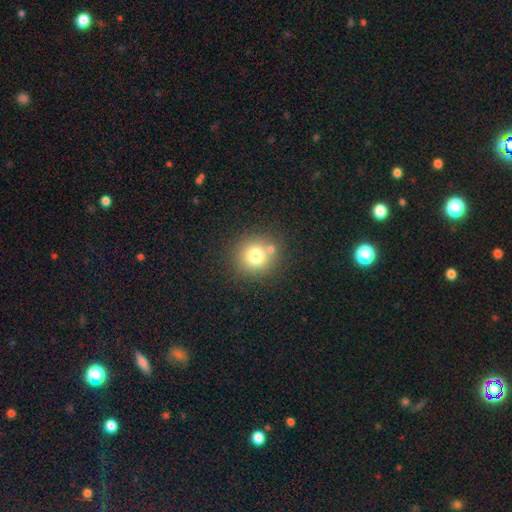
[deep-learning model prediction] A smooth galaxy with no disk features (74%) that is round (89%).

Vote fractions:
- Smooth or featured? smooth: 74% / star or artifact: 14% / featured or disk: 12%
- How rounded? round: 89% / in between: 10% / cigar-shaped: 1%
- Merging? none: 73% / merger: 15% / minor disturbance: 9% / major disturbance: 3%